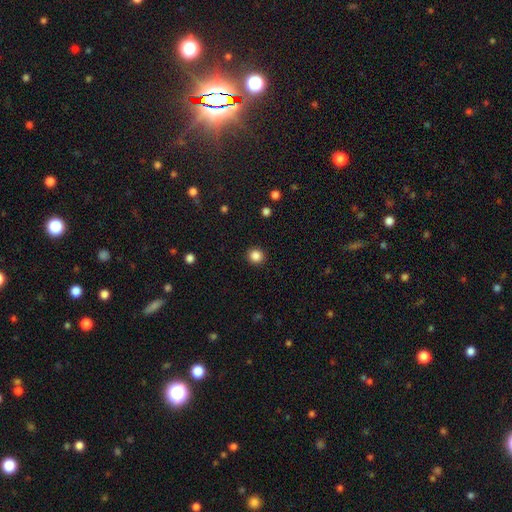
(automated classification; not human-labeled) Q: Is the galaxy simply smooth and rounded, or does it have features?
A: smooth — 86%.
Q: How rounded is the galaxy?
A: round — 91%.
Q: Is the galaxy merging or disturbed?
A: none — 92%.